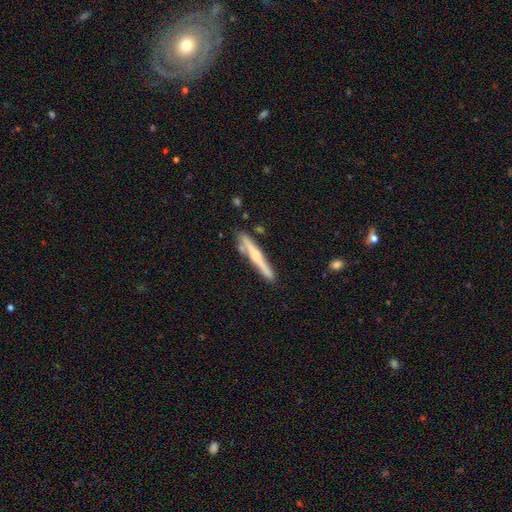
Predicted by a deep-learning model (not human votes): Overall: featured or disk (57%; smooth 37%). Edge-on disk: yes (96%). Edge-on bulge: rounded (53%; none 32%). Merging: none (80%).